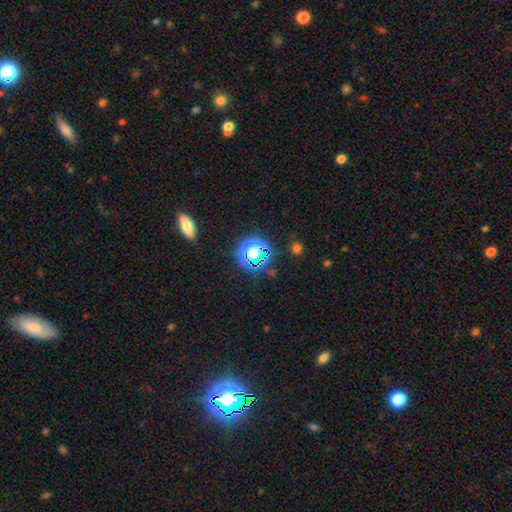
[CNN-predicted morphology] smooth-or-featured: star or artifact: 61% | smooth: 30% | featured or disk: 9%